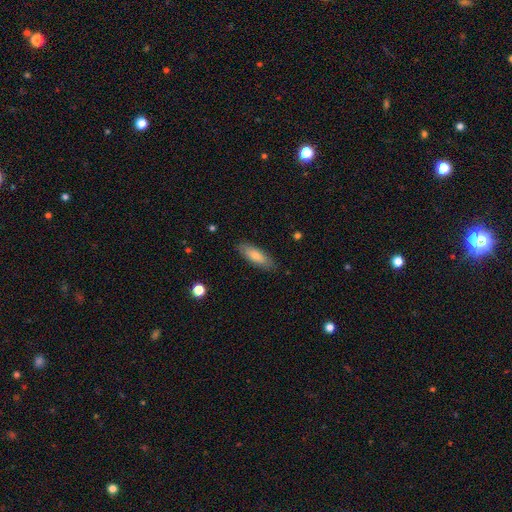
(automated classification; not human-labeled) Morphology: type=smooth (76%); roundness=in between (60%); merging=none (85%).